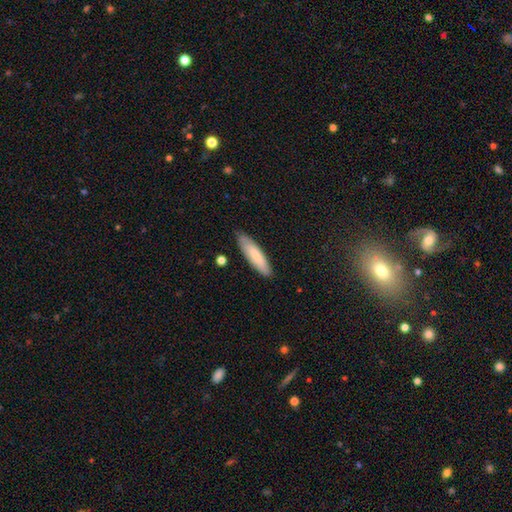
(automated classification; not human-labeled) smooth_or_featured: smooth (p=0.76) [alt: featured or disk p=0.18]
how_rounded: cigar-shaped (p=0.68) [alt: in between p=0.30]
merging: none (p=0.82) [alt: minor disturbance p=0.14]